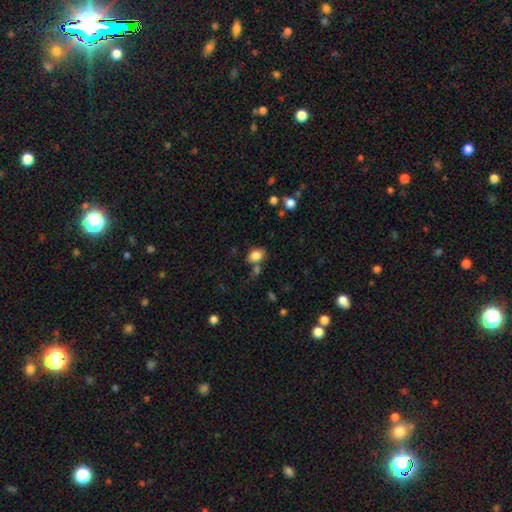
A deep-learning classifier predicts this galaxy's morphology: This is clearly a smooth galaxy (84%). How rounded: likely in between (70%). Merging: likely none (65%).